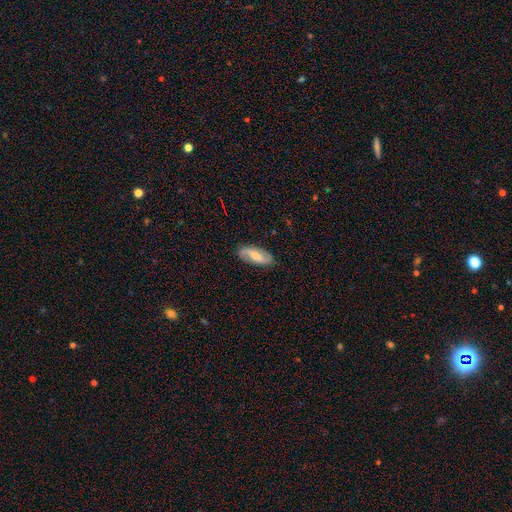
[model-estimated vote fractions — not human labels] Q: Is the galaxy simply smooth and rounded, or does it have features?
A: featured or disk — 69%.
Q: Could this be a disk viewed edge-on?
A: no — 92%.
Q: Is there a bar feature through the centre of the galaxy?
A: weak — 47%.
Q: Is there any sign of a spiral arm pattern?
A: yes — 92%.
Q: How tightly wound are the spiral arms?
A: loose — 51%.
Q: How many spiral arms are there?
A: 2 — 91%.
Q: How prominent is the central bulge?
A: moderate — 48%.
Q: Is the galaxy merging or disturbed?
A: none — 85%.